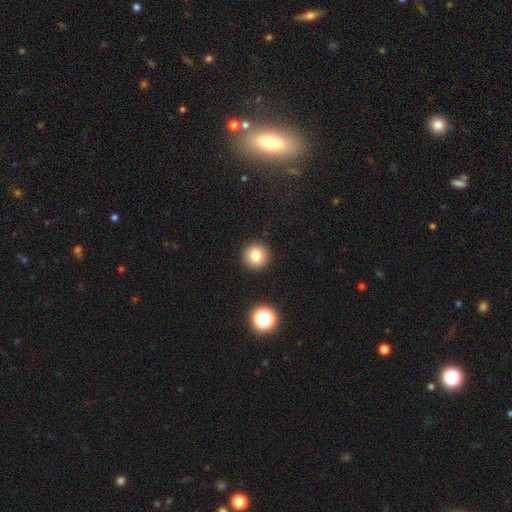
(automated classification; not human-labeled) This is clearly a smooth galaxy (80%). How rounded: clearly round (95%). Merging: clearly none (92%).